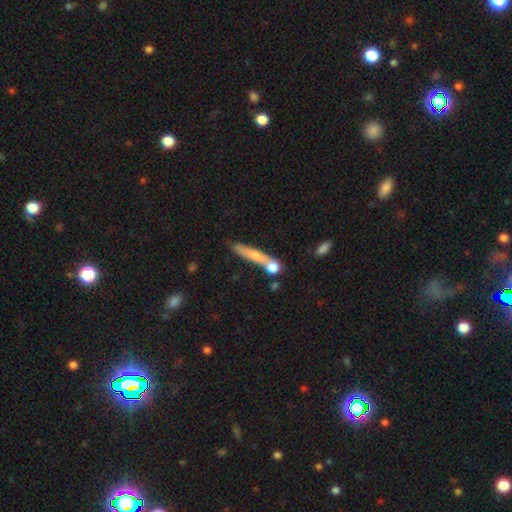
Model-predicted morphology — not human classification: smooth 60%, featured or disk 32%, star or artifact 8%. Down the decision tree: how rounded — cigar-shaped (88%); merging — none (61%).